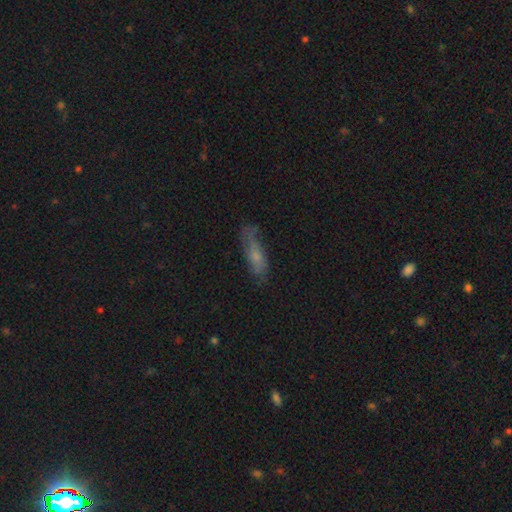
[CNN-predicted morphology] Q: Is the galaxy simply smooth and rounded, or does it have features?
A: smooth — 51%.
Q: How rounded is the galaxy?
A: cigar-shaped — 50%.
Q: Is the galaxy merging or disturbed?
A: none — 60%.